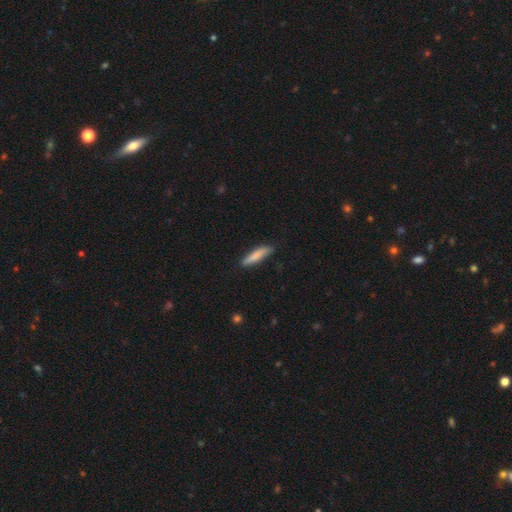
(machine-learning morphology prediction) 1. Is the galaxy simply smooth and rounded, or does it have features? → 81% smooth, 14% featured or disk, 6% star or artifact.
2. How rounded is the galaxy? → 81% cigar-shaped, 17% in between, 1% round.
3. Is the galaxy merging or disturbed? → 81% none, 15% minor disturbance, 2% major disturbance, 1% merger.